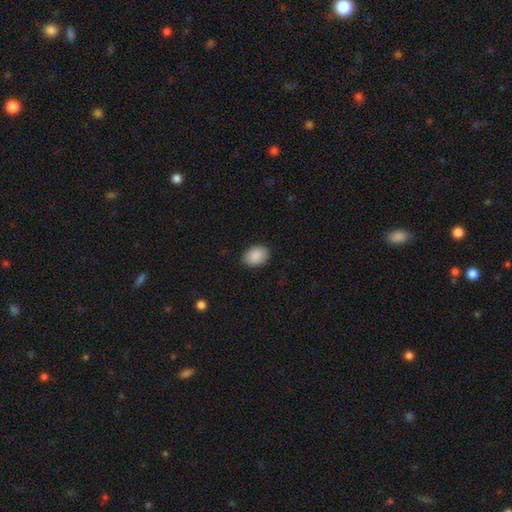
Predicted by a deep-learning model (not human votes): The model was most divided on "how rounded": in between: 75%, round: 24%, cigar-shaped: 1%. More confident: smooth or featured — smooth (90%); merging — none (88%).